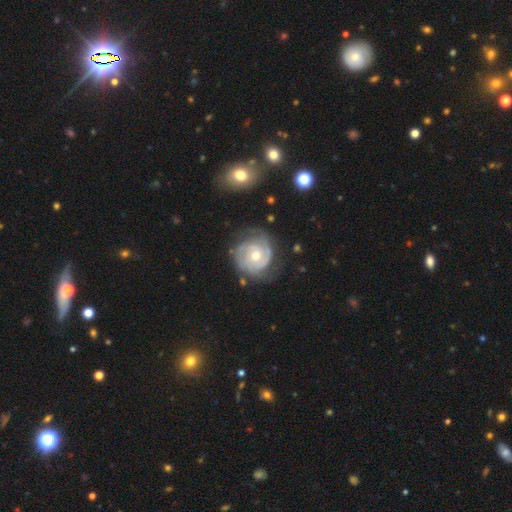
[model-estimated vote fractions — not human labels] Smooth or featured? Predicted: featured or disk (p=0.85). Edge-on disk? Predicted: no (p=0.98). Bar? Predicted: no (p=0.71). Spiral arms? Predicted: yes (p=0.95). Spiral winding? Predicted: tight (p=0.68). Spiral arm count? Predicted: 2 (p=0.43). Bulge size? Predicted: moderate (p=0.68). Merging? Predicted: none (p=0.67).